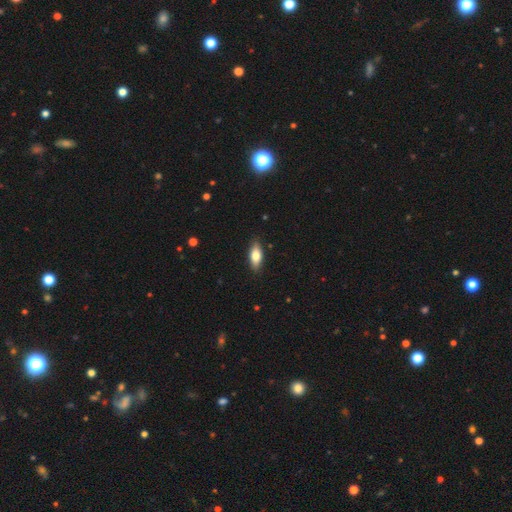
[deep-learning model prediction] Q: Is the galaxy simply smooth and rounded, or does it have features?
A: smooth — 72%.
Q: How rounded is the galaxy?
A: in between — 77%.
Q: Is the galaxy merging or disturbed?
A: none — 87%.